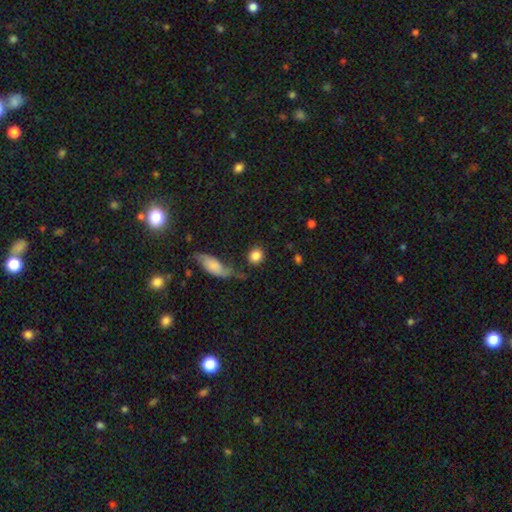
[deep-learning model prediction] Morphology: type=smooth (84%); roundness=round (82%); merging=none (74%).